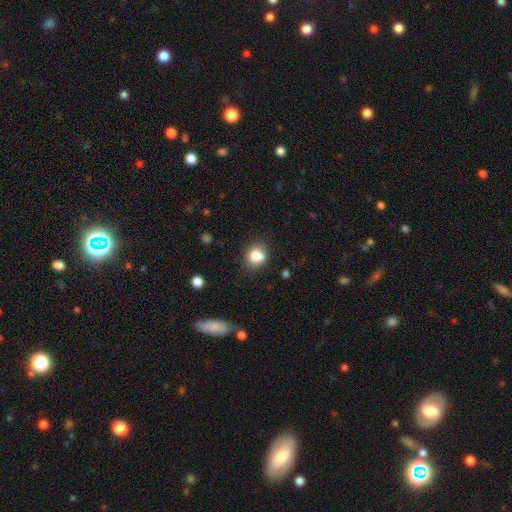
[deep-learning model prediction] Smooth or featured? Predicted: smooth (p=0.81). How rounded? Predicted: round (p=0.68). Merging? Predicted: none (p=0.65).